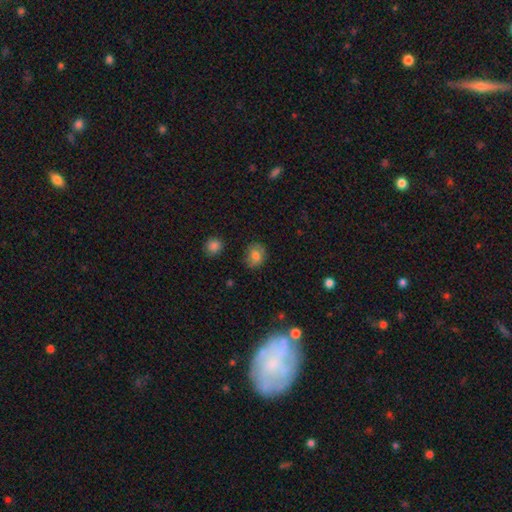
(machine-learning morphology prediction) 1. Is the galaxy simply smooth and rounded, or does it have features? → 80% smooth, 10% star or artifact, 10% featured or disk.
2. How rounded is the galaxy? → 64% round, 35% in between, 1% cigar-shaped.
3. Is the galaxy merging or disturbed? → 81% none, 14% minor disturbance, 3% major disturbance, 2% merger.